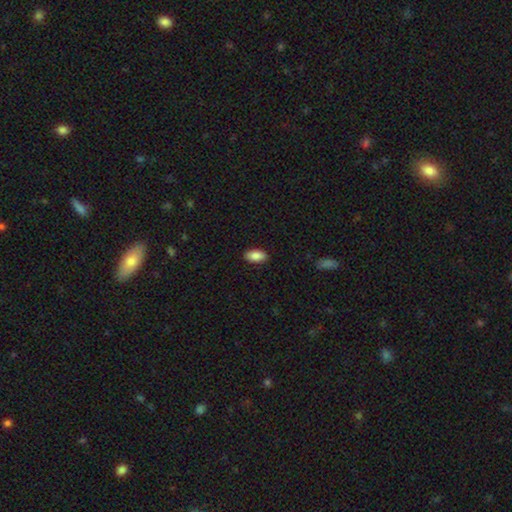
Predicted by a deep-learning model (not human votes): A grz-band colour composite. It shows a smooth galaxy with no disk features (88%) that is in between round and cigar-shaped (93%). Merging: none (89%).